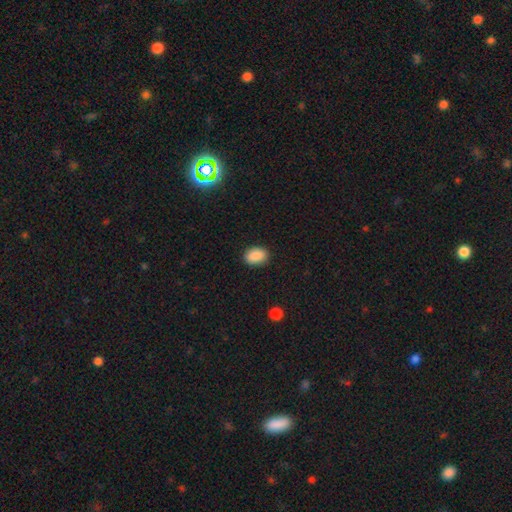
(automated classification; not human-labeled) A smooth galaxy with no disk features (89%) that is in between round and cigar-shaped (82%).

Vote fractions:
- Smooth or featured? smooth: 89% / star or artifact: 8% / featured or disk: 3%
- How rounded? in between: 82% / round: 16% / cigar-shaped: 1%
- Merging? none: 87% / minor disturbance: 9% / major disturbance: 2% / merger: 1%